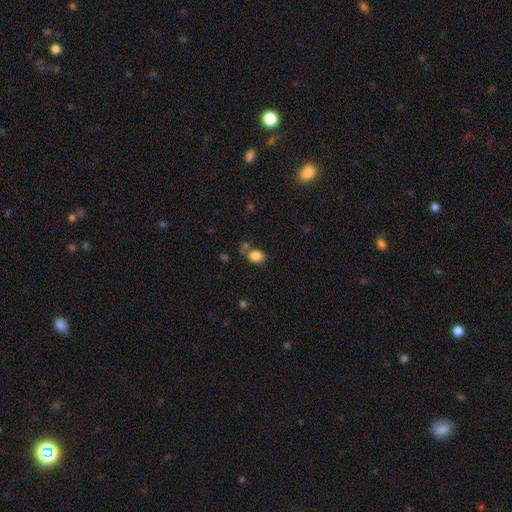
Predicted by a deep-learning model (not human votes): smooth-or-featured: smooth: 84% | star or artifact: 10% | featured or disk: 6%
  how-rounded: in between: 56% | round: 43% | cigar-shaped: 1%
  merging: none: 61% | minor disturbance: 17% | merger: 15% | major disturbance: 7%